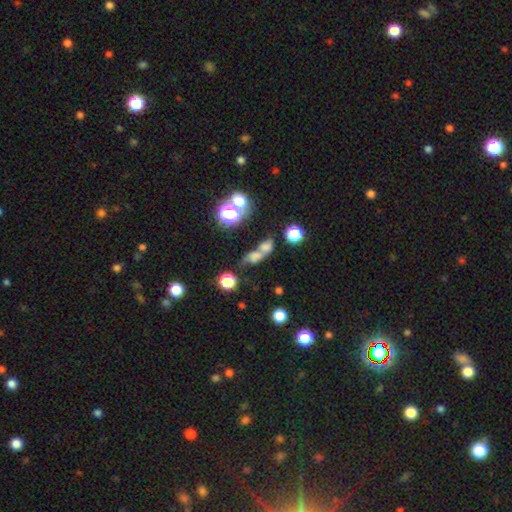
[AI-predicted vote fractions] smooth-or-featured: smooth: 57% | featured or disk: 22% | star or artifact: 21%
  how-rounded: in between: 47% | round: 42% | cigar-shaped: 11%
  merging: merger: 50% | none: 27% | major disturbance: 12% | minor disturbance: 11%